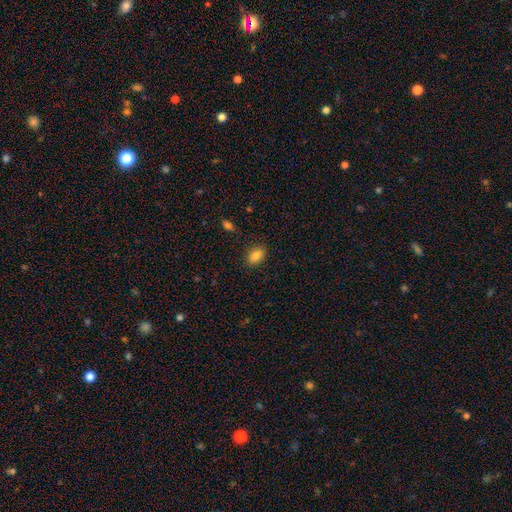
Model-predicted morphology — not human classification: This is clearly a smooth galaxy (86%). How rounded: clearly in between (87%). Merging: clearly none (85%).